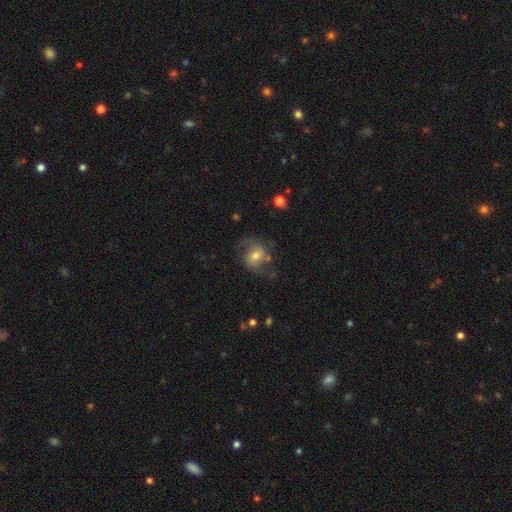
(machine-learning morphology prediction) Smooth or featured? Predicted: featured or disk (p=0.58). Edge-on disk? Predicted: no (p=0.97). Bar? Predicted: no (p=0.45). Spiral arms? Predicted: yes (p=0.85). Bulge size? Predicted: moderate (p=0.58). Merging? Predicted: none (p=0.58).